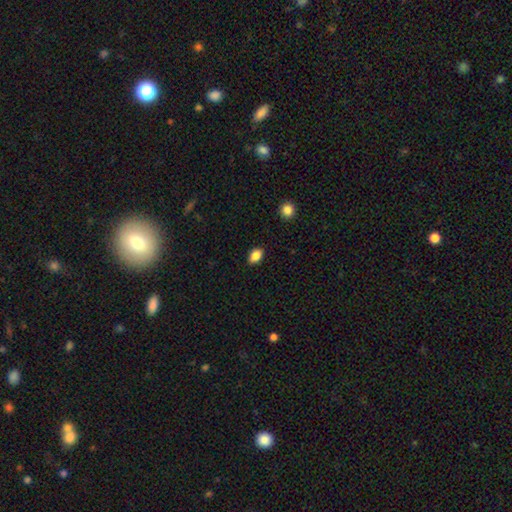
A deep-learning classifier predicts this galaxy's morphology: Smooth or featured? Predicted: smooth (p=0.87). How rounded? Predicted: in between (p=0.84). Merging? Predicted: none (p=0.88).